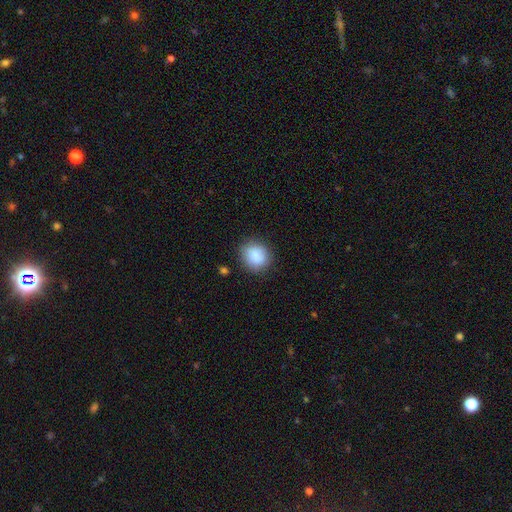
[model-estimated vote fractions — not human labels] Smooth or featured?
  - smooth: 87% *
  - star or artifact: 8%
  - featured or disk: 5%
How rounded?
  - round: 67% *
  - in between: 32%
  - cigar-shaped: 1%
Merging?
  - none: 82% *
  - minor disturbance: 13%
  - major disturbance: 3%
  - merger: 2%